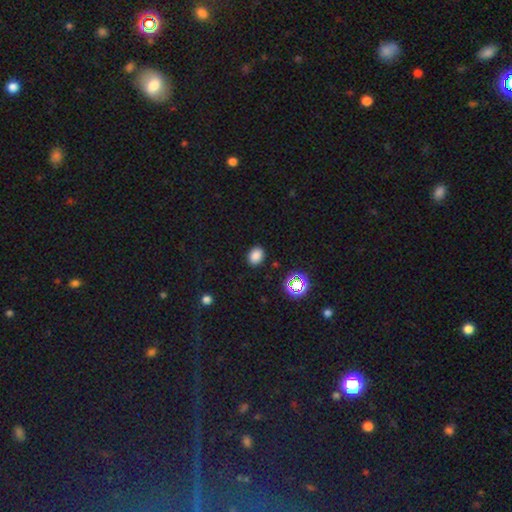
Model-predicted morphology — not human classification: This appears to be a smooth galaxy with no disk features (81%) that is in between round and cigar-shaped (62%). Merging: none (88%).